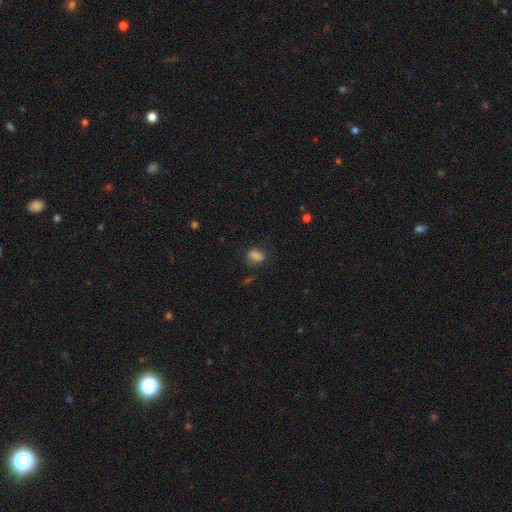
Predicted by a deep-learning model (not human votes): Smooth or featured? smooth (78%)
How rounded? in between (70%)
Merging? none (65%)